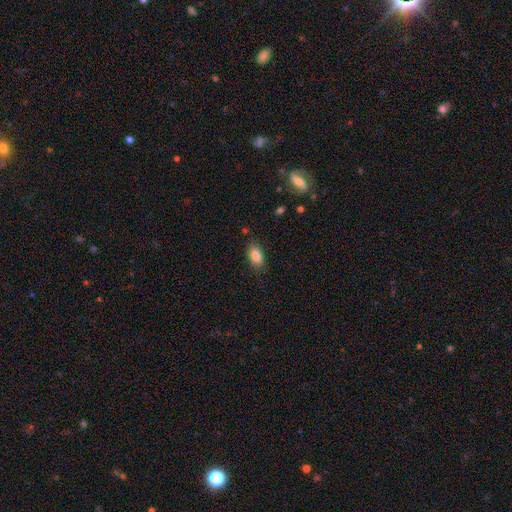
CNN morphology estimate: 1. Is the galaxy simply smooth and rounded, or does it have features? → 84% smooth, 8% featured or disk, 8% star or artifact.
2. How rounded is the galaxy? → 89% in between, 7% cigar-shaped, 5% round.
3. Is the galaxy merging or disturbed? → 81% none, 14% minor disturbance, 3% major disturbance, 2% merger.